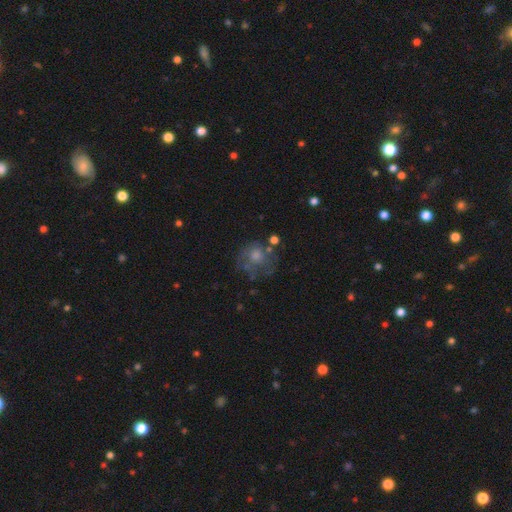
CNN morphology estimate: Smooth or featured?
  - featured or disk: 42% * (tied)
  - smooth: 42% * (tied)
  - star or artifact: 16%
Merging?
  - none: 59% *
  - minor disturbance: 19%
  - major disturbance: 16%
  - merger: 6%